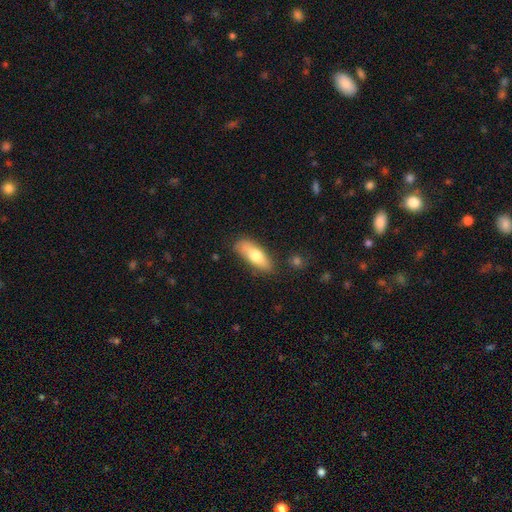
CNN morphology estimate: Smooth or featured?
  - smooth: 71% *
  - featured or disk: 23%
  - star or artifact: 6%
How rounded?
  - in between: 66% *
  - cigar-shaped: 32%
  - round: 3%
Merging?
  - none: 75% *
  - minor disturbance: 18%
  - major disturbance: 4%
  - merger: 3%